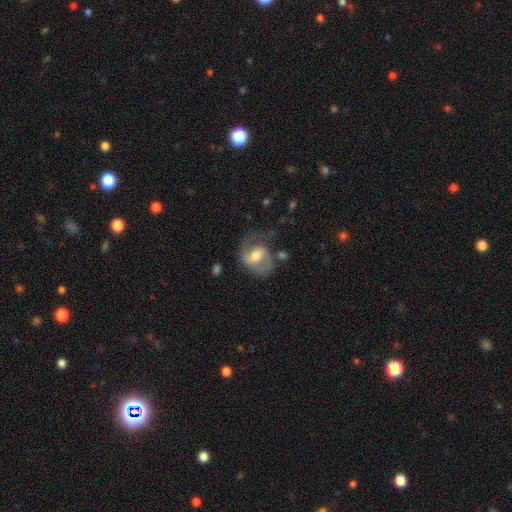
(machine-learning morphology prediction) Smooth or featured? featured or disk (69%)
Edge-on disk? no (97%)
Bar? weak (52%)
Spiral arms? yes (88%)
Spiral winding? medium (48%)
Spiral arm count? 2 (68%)
Bulge size? moderate (64%)
Merging? none (50%)